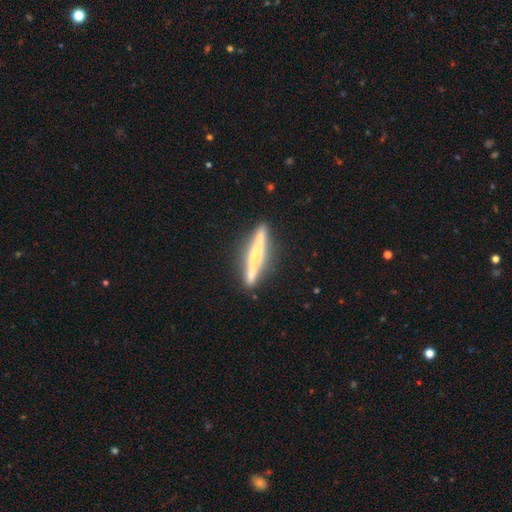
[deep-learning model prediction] The model was most divided on "edge-on bulge": rounded: 48%, none: 41%, boxy: 11%. More confident: edge-on disk — yes (97%); merging — none (90%); smooth or featured — featured or disk (66%).